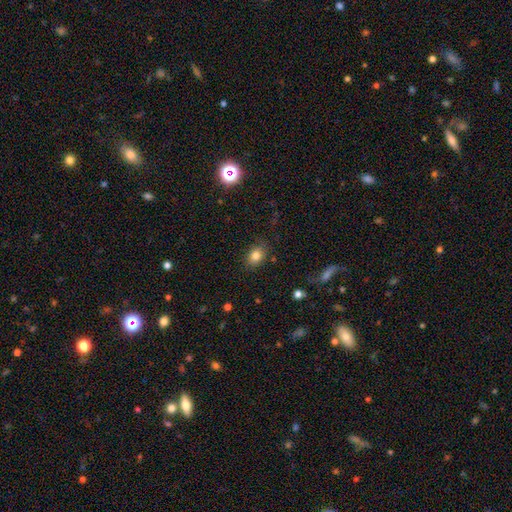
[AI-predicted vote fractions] Morphology: type=smooth (82%); roundness=in between (65%); merging=none (82%).